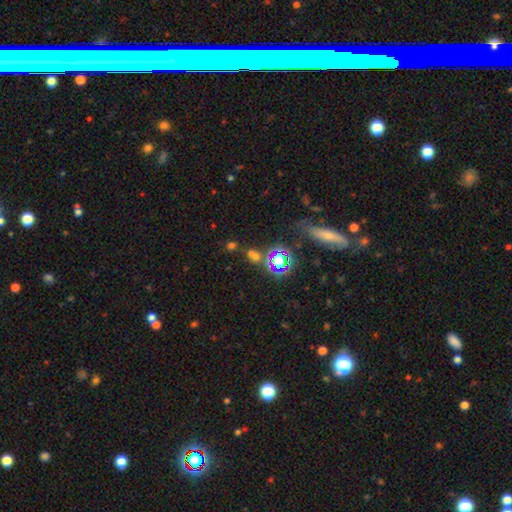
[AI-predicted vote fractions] The model was most divided on "smooth or featured": star or artifact: 59%, smooth: 30%, featured or disk: 12%.